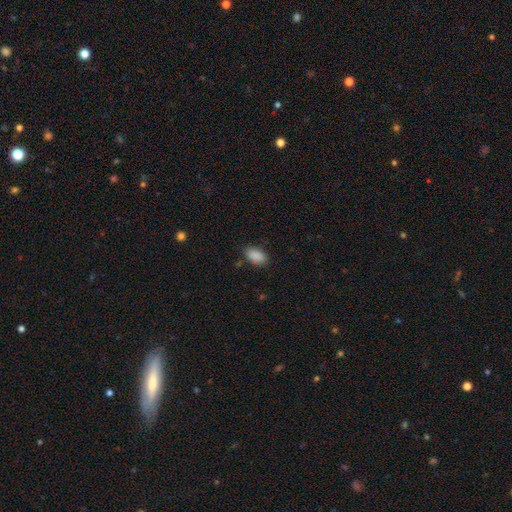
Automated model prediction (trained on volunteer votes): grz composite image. It shows a smooth galaxy with no disk features (90%) that is in between round and cigar-shaped (93%). Merging: none (83%).